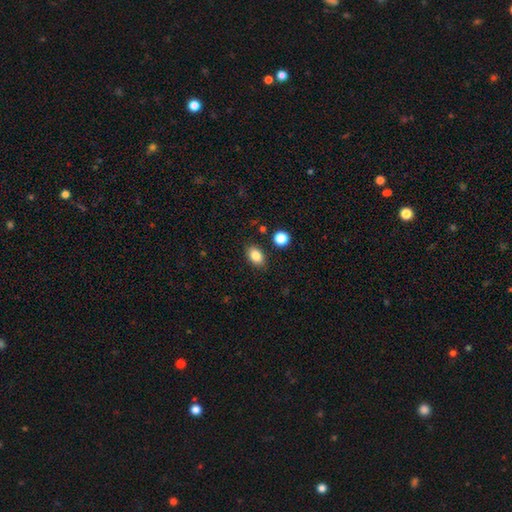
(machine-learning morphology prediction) Q: Smooth or featured?
A: smooth (85%); runner-up: star or artifact (9%)
Q: How rounded?
A: in between (81%); runner-up: round (18%)
Q: Merging?
A: none (85%); runner-up: minor disturbance (10%)